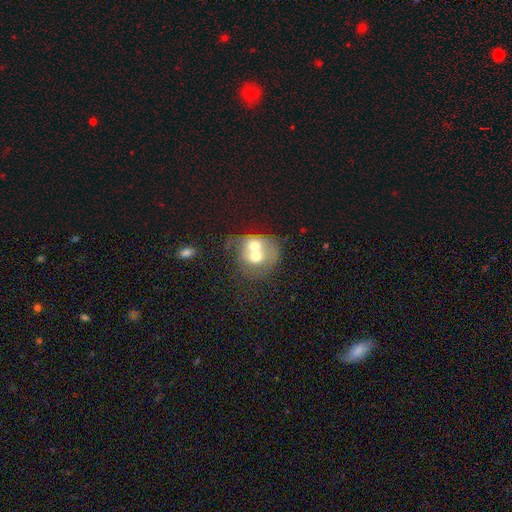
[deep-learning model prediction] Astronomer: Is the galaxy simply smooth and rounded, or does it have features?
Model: smooth — 55% (runner-up: featured or disk, 37%).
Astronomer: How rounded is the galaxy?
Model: round — 66%.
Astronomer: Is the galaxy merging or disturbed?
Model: merger — 75%.